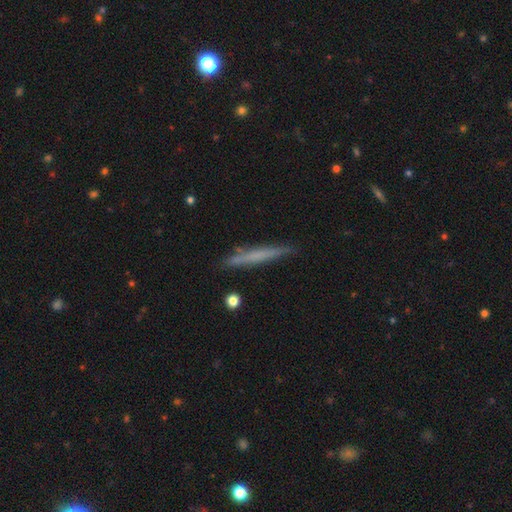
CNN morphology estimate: A smooth galaxy with no disk features (52%) that is cigar-shaped (96%).

Vote fractions:
- Smooth or featured? smooth: 52% / featured or disk: 42% / star or artifact: 7%
- How rounded? cigar-shaped: 96% / in between: 3% / round: 1%
- Merging? none: 86% / minor disturbance: 10% / major disturbance: 2% / merger: 2%